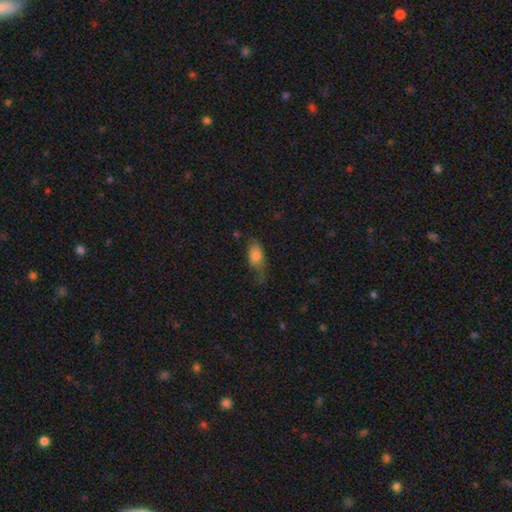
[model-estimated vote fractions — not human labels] The model was most divided on "merging": none: 40%, minor disturbance: 36%, major disturbance: 21%, merger: 3%. More confident: how rounded — in between (86%); smooth or featured — smooth (76%).